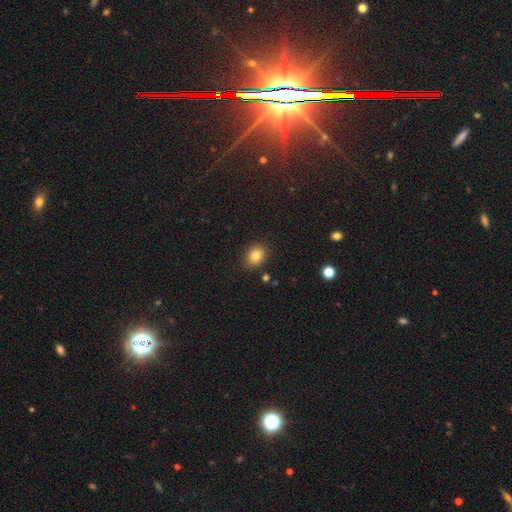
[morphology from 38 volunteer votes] Smooth or featured? 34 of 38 (89%) said smooth. How rounded? 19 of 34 (56%) said in between. Merging? 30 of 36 (83%) said none.